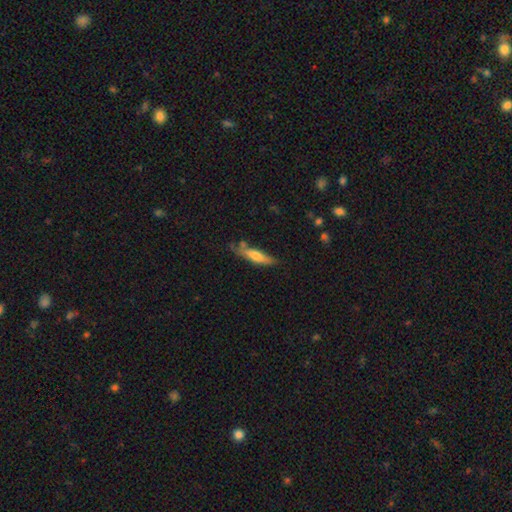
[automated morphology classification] smooth_or_featured: smooth (p=0.62) [alt: featured or disk p=0.32]
how_rounded: cigar-shaped (p=0.75) [alt: in between p=0.23]
merging: none (p=0.61) [alt: minor disturbance p=0.24]